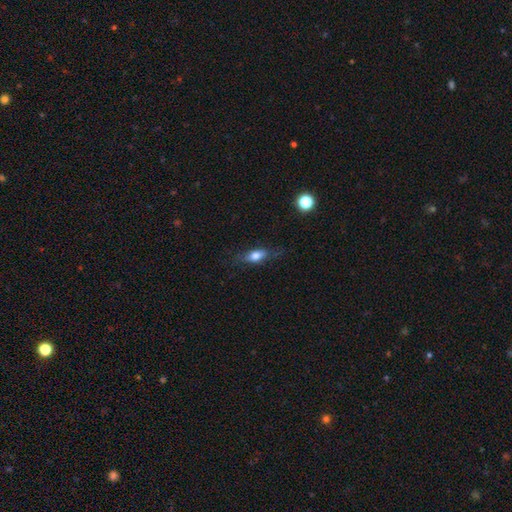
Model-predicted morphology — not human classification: type=smooth (71%); roundness=in between (72%); merging=none (71%).